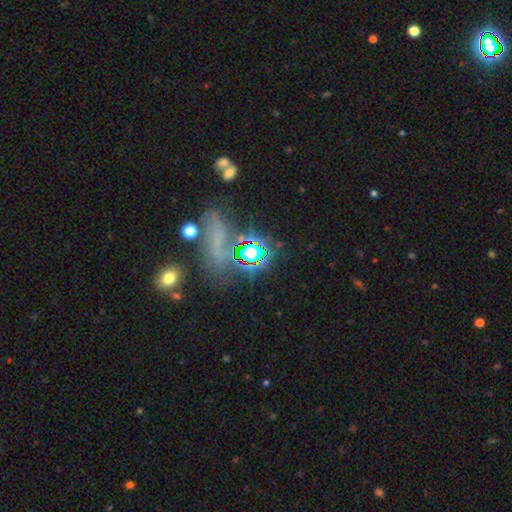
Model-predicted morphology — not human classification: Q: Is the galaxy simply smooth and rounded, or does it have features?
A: star or artifact — 58%.